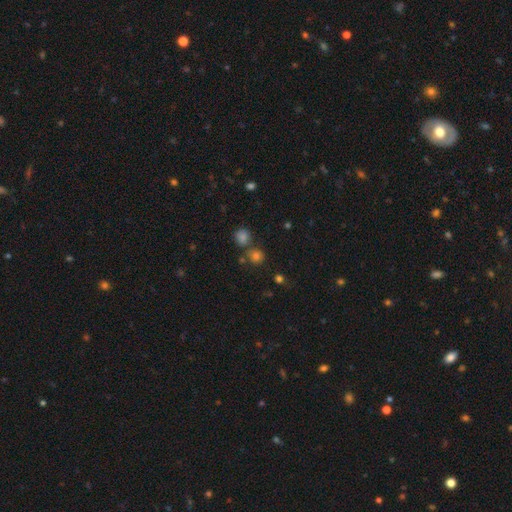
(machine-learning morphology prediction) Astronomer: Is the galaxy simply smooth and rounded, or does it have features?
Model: smooth — 63%.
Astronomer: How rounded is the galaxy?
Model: round — 91%.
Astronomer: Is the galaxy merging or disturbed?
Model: none — 72%.